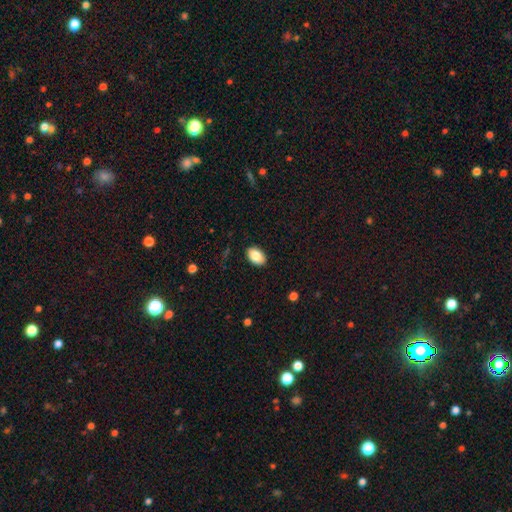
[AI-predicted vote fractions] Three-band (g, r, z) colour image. It shows a smooth galaxy with no disk features (85%) that is in between round and cigar-shaped (89%). Merging: none (89%).